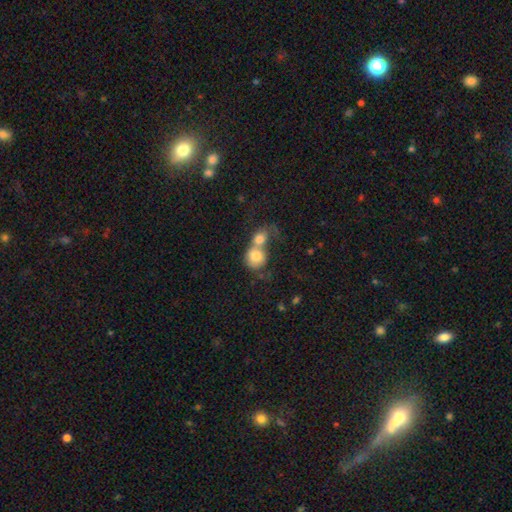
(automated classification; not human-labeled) This is likely a smooth galaxy (76%). How rounded: likely round (74%). Merging: likely merger (74%).